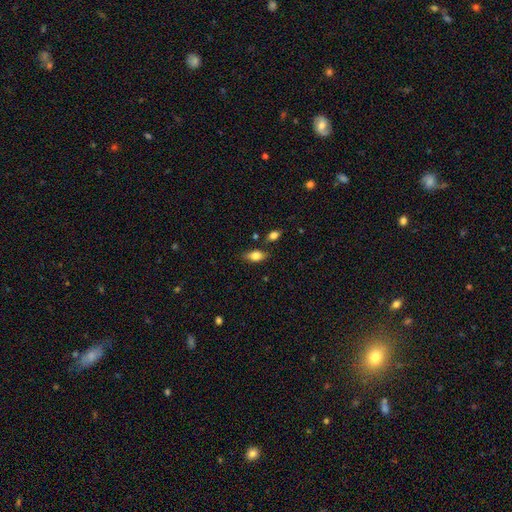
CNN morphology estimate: The model was most divided on "merging": none: 76%, minor disturbance: 14%, merger: 6%, major disturbance: 3%. More confident: how rounded — in between (86%); smooth or featured — smooth (77%).